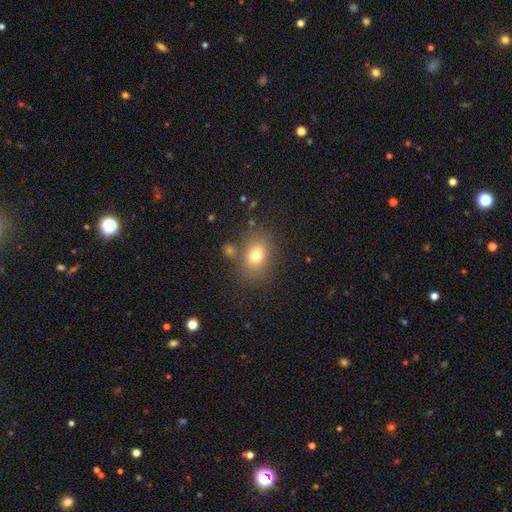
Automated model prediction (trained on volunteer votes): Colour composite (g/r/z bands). It shows a smooth galaxy with no disk features (73%) that is in between round and cigar-shaped (63%). Merging: none (74%).